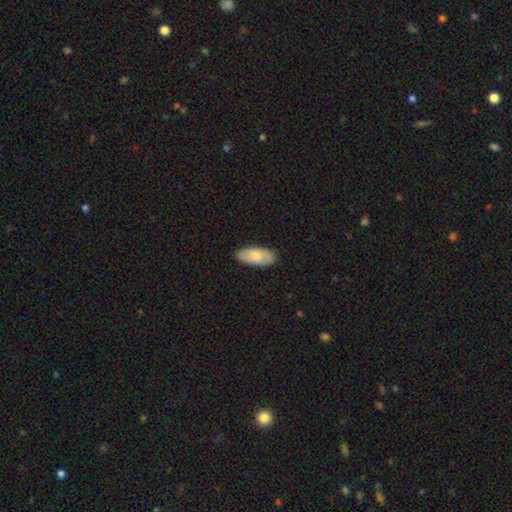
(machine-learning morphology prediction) A smooth galaxy with no disk features (76%) that is in between round and cigar-shaped (88%).

Vote fractions:
- Smooth or featured? smooth: 76% / featured or disk: 18% / star or artifact: 5%
- How rounded? in between: 88% / cigar-shaped: 10% / round: 2%
- Merging? none: 86% / minor disturbance: 10% / major disturbance: 2% / merger: 1%